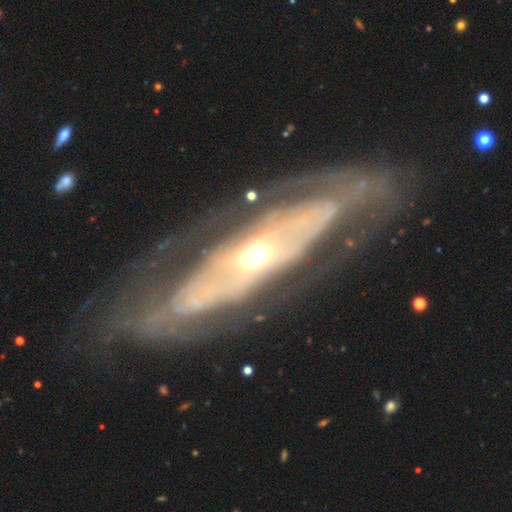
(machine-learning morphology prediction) A featured or disk galaxy (81%) with no bar (66%), spiral arms (59%) and a moderate central bulge (54%).

Vote fractions:
- Smooth or featured? featured or disk: 81% / smooth: 13% / star or artifact: 6%
- Edge-on disk? no: 74% / yes: 26%
- Bar? no: 66% / weak: 19% / strong: 14%
- Spiral arms? yes: 59% / no: 41%
- Bulge size? moderate: 54% / small: 35% / large: 8% / dominant: 2% / none: 1%
- Merging? none: 64% / minor disturbance: 17% / major disturbance: 17% / merger: 2%